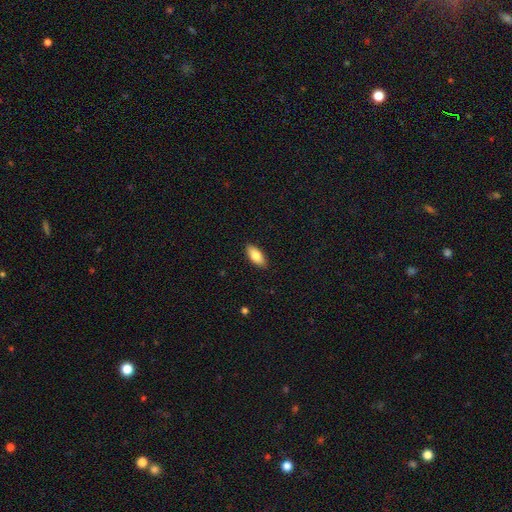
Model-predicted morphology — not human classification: This is clearly a smooth galaxy (82%). How rounded: clearly in between (87%). Merging: clearly none (89%).